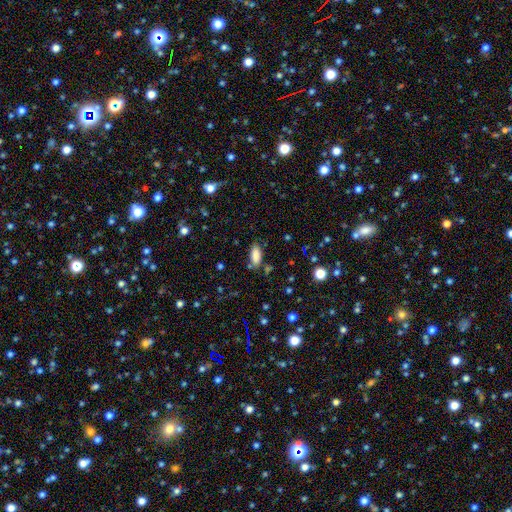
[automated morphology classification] The model was most divided on "merging": none: 78%, minor disturbance: 15%, major disturbance: 4%, merger: 4%. More confident: smooth or featured — smooth (85%); how rounded — in between (85%).